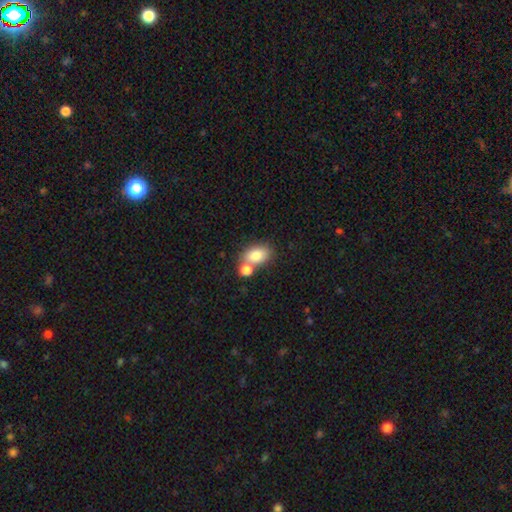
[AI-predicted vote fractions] Smooth or featured: smooth — 82% (featured or disk — 10%)
How rounded: in between — 81% (round — 18%)
Merging: none — 47% (merger — 37%)